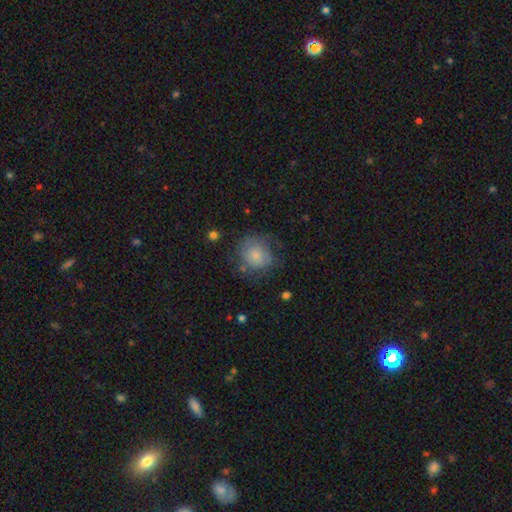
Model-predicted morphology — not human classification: Smooth or featured: smooth — 73% (featured or disk — 19%)
How rounded: round — 77% (in between — 22%)
Merging: none — 58% (minor disturbance — 25%)